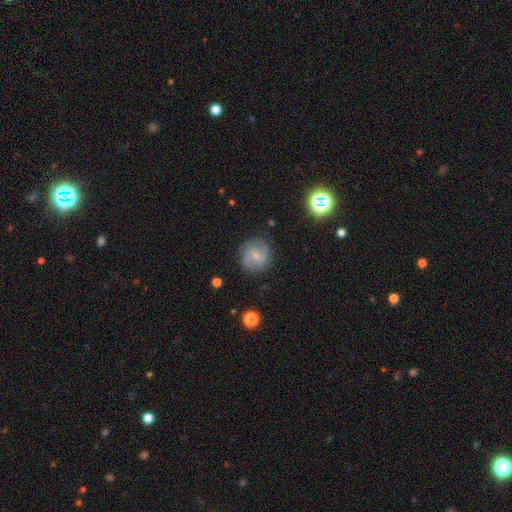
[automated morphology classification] smooth-or-featured: featured or disk: 67% | smooth: 25% | star or artifact: 8%
  disk-edge-on: no: 98% | yes: 2%
    bar: weak: 48% | no: 42% | strong: 10%
    has-spiral-arms: yes: 92% | no: 8%
      spiral-winding: medium: 49% | tight: 31% | loose: 20%
      spiral-arm-count: 2: 80% | can't tell: 10% | 3: 5% | 1: 2% | 4: 2% | more than 4: 2%
    bulge-size: small: 69% | moderate: 22% | none: 8% | large: 1% | dominant: 1%
  merging: none: 83% | minor disturbance: 12% | major disturbance: 4% | merger: 1%